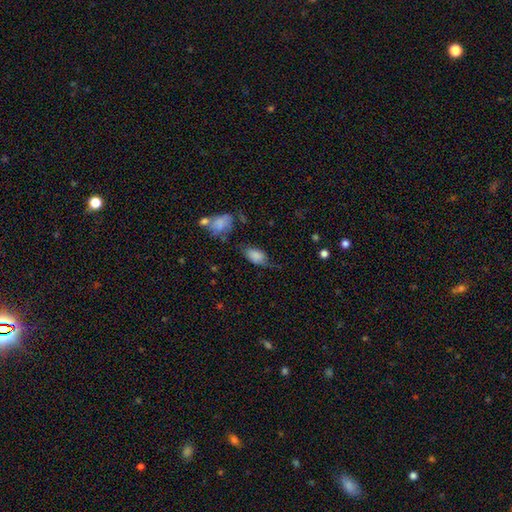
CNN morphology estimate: Smooth or featured: smooth — 79% (featured or disk — 12%)
How rounded: in between — 90% (round — 6%)
Merging: none — 42% (minor disturbance — 34%)